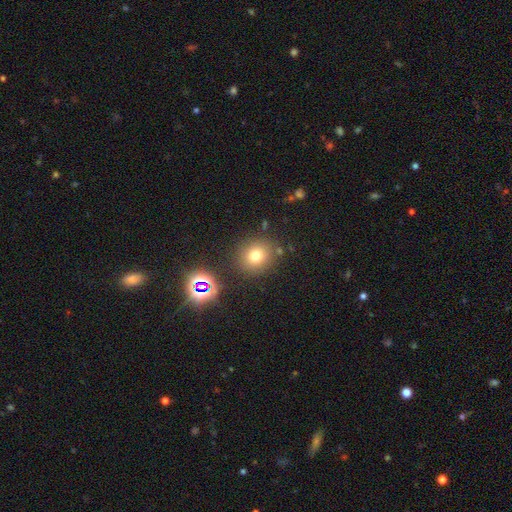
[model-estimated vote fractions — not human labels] This is likely a smooth galaxy (73%). How rounded: clearly round (84%). Merging: clearly none (83%).